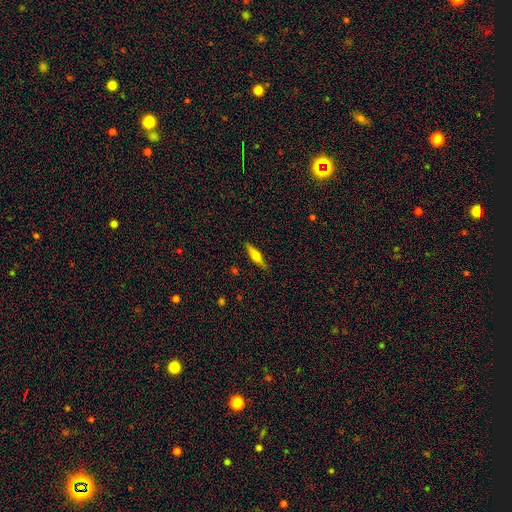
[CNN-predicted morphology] A featured or disk galaxy (52%) viewed edge-on (95%). Merging: none (88%).